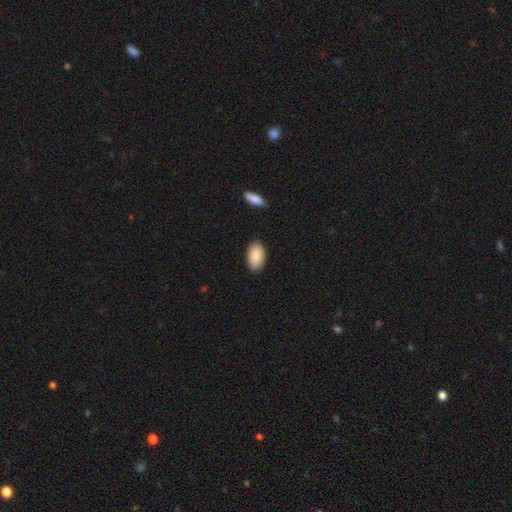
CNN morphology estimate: Smooth or featured: smooth — 89% (star or artifact — 6%)
How rounded: in between — 95% (round — 4%)
Merging: none — 87% (minor disturbance — 10%)